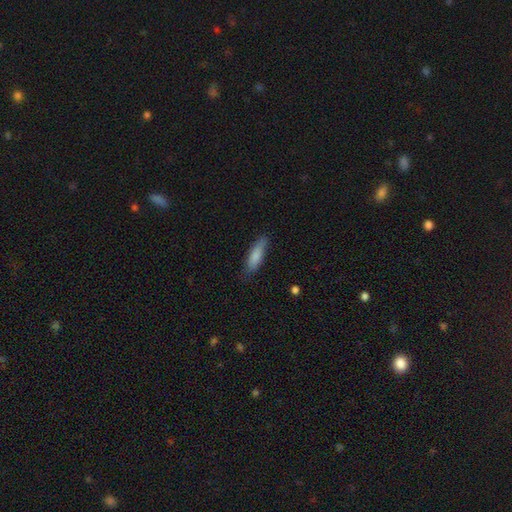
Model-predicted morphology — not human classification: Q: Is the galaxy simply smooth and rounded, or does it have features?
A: smooth — 83%.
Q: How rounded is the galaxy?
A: cigar-shaped — 59%.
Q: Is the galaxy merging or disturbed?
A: none — 78%.